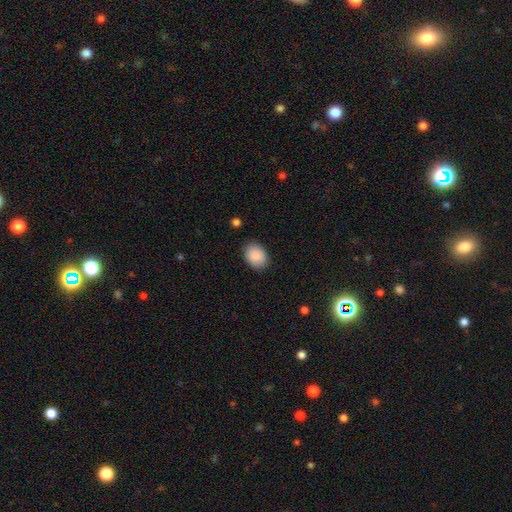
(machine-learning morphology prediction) Smooth or featured? Predicted: smooth (p=0.89). How rounded? Predicted: in between (p=0.70). Merging? Predicted: none (p=0.86).